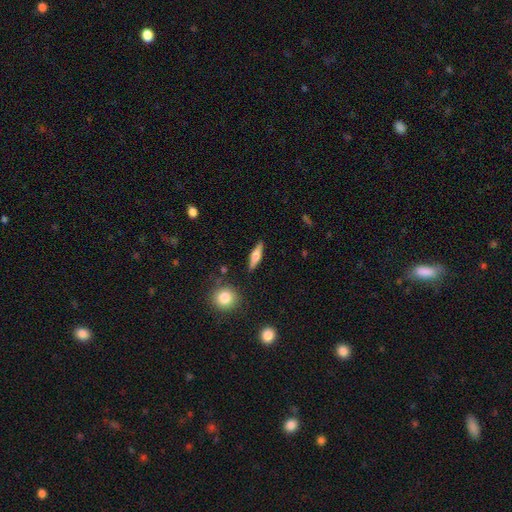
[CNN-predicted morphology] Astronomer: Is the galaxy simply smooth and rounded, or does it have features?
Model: smooth — 49% (runner-up: featured or disk, 44%).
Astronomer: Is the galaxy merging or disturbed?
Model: none — 87%.